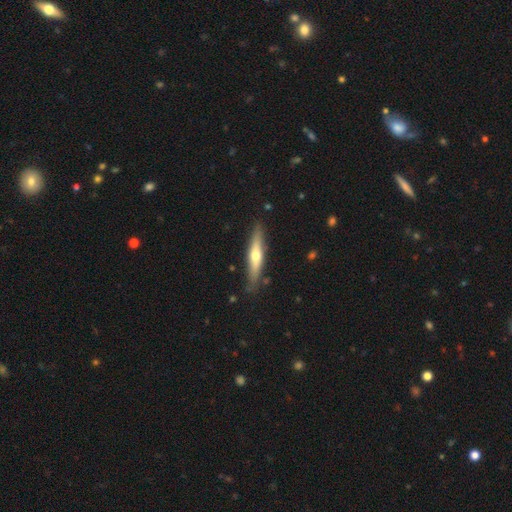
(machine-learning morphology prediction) A featured or disk galaxy (50%) viewed edge-on (88%).

Vote fractions:
- Smooth or featured? featured or disk: 50% / smooth: 44% / star or artifact: 5%
- Edge-on disk? yes: 88% / no: 12%
- Merging? none: 85% / minor disturbance: 11% / major disturbance: 2% / merger: 2%